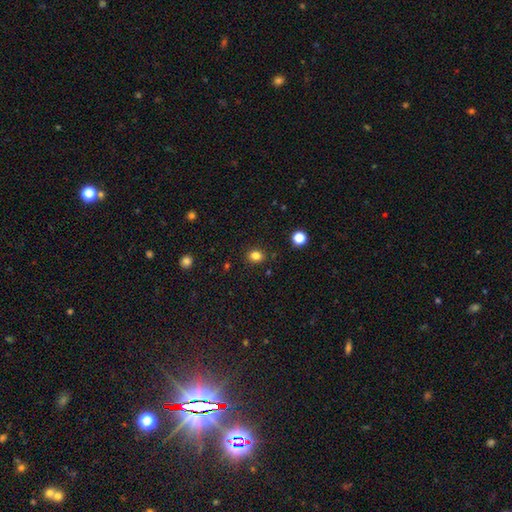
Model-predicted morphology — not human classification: Smooth or featured? smooth (82%)
How rounded? round (55%)
Merging? none (88%)